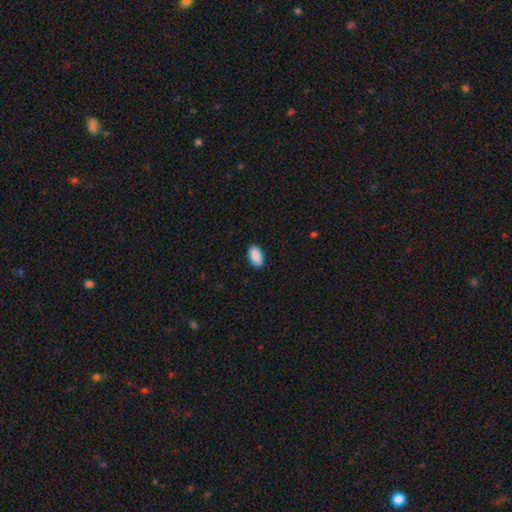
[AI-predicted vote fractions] This is clearly a smooth galaxy (90%). How rounded: clearly in between (94%). Merging: clearly none (89%).